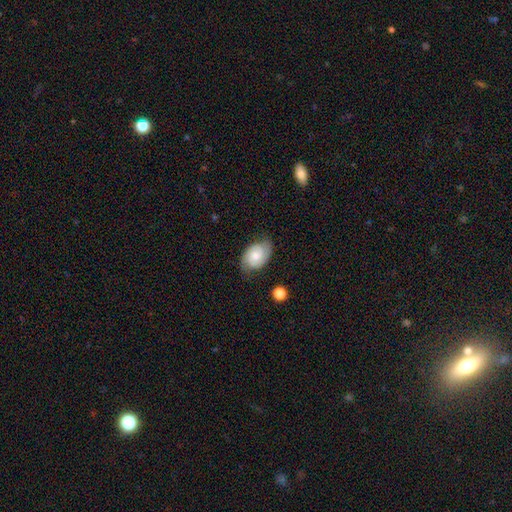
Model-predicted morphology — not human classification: The model was most divided on "spiral winding": tight: 47%, medium: 41%, loose: 12%. Remaining: edge-on disk — no (97%); spiral arms — yes (93%); spiral arm count — 2 (85%); merging — none (74%); smooth or featured — featured or disk (61%); bar — no (61%); bulge size — moderate (46%).